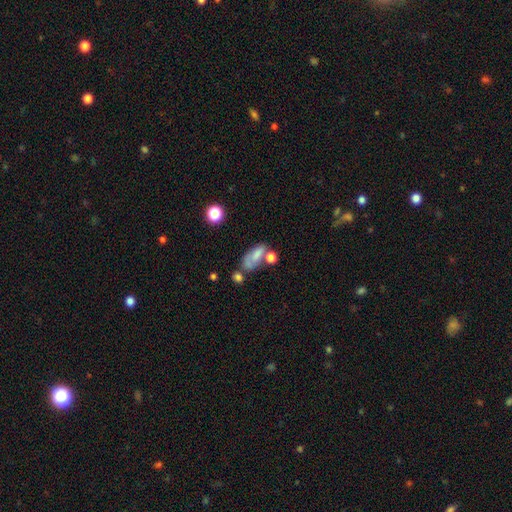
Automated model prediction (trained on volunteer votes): This appears to be a smooth galaxy with no disk features (67%) that is in between round and cigar-shaped (84%). Merging: none (33%).